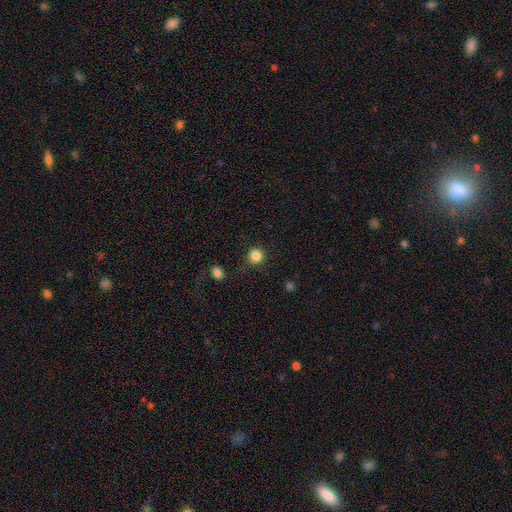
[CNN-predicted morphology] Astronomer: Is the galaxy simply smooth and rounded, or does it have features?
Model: smooth — 85%.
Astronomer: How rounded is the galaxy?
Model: round — 93%.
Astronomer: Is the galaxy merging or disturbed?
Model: none — 87%.